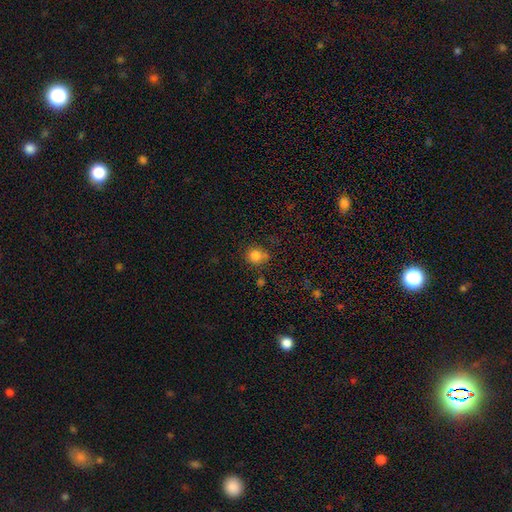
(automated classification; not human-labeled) The model was most divided on "merging": none: 64%, minor disturbance: 19%, merger: 10%, major disturbance: 6%. More confident: smooth or featured — smooth (82%); how rounded — round (81%).